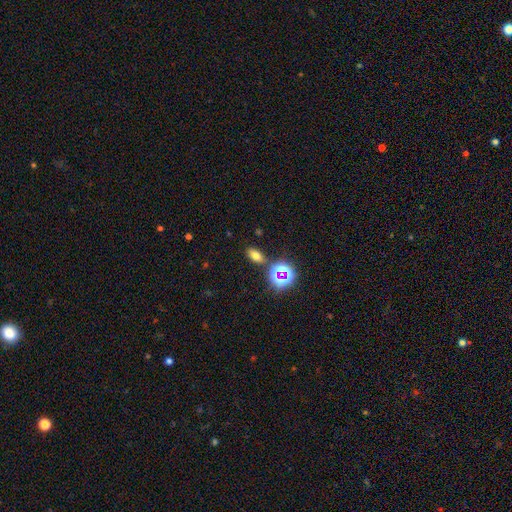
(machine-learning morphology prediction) A smooth galaxy with no disk features (65%) that is in between round and cigar-shaped (79%). Merging: none (83%).